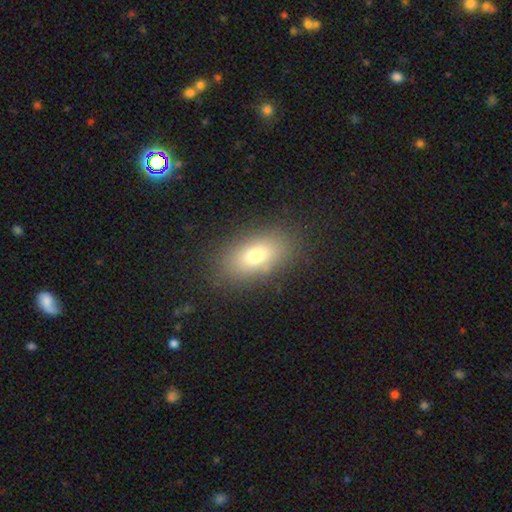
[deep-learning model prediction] A smooth galaxy with no disk features (74%) that is in between round and cigar-shaped (86%). Merging: none (84%).